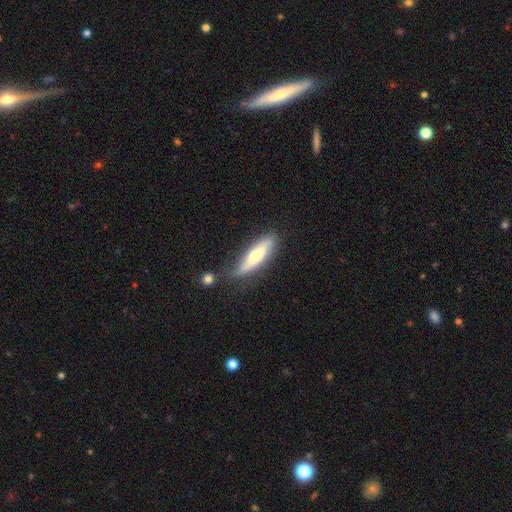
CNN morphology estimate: The model was most divided on "smooth or featured": smooth: 59%, featured or disk: 35%, star or artifact: 6%. More confident: how rounded — cigar-shaped (65%); merging — none (57%).